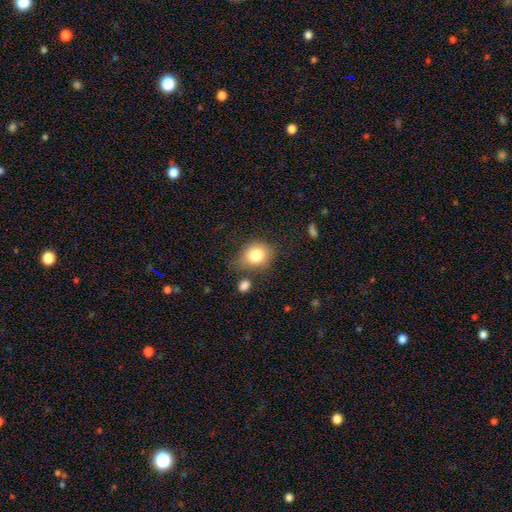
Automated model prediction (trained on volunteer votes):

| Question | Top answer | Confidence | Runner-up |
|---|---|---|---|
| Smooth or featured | smooth | 81% | featured or disk (10%) |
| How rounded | round | 62% | in between (37%) |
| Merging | none | 63% | minor disturbance (23%) |